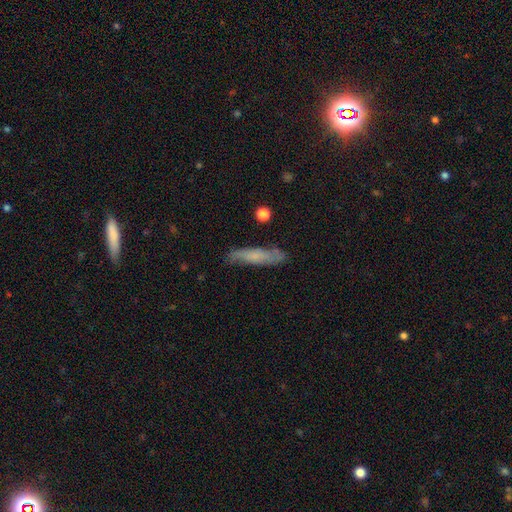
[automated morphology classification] A smooth galaxy with no disk features (56%) that is cigar-shaped (82%). Merging: none (75%).